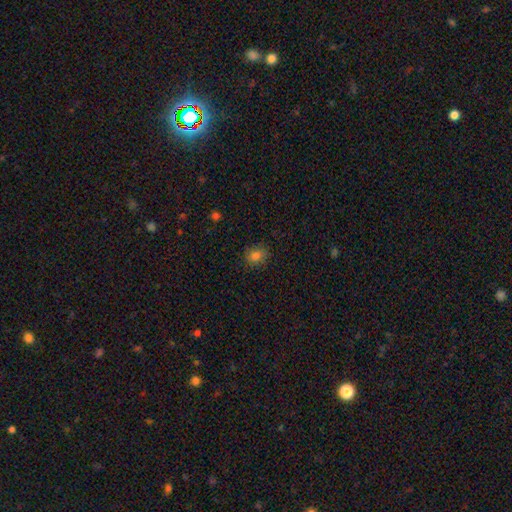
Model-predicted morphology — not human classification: Smooth or featured?
  - smooth: 81% *
  - star or artifact: 12%
  - featured or disk: 7%
How rounded?
  - round: 61% *
  - in between: 38%
  - cigar-shaped: 1%
Merging?
  - none: 84% *
  - minor disturbance: 12%
  - major disturbance: 3%
  - merger: 1%